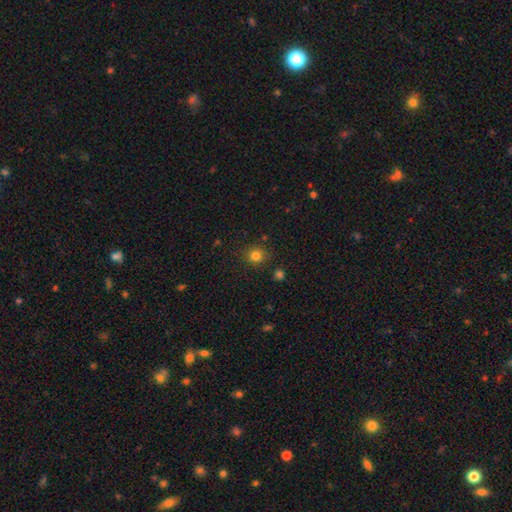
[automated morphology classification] This is clearly a smooth galaxy (81%). How rounded: clearly round (88%). Merging: clearly none (86%).